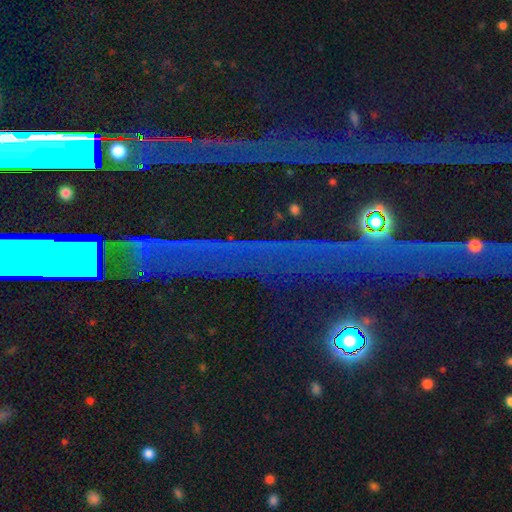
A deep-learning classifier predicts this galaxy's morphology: The model was most divided on "smooth or featured": star or artifact: 82%, featured or disk: 10%, smooth: 8%.